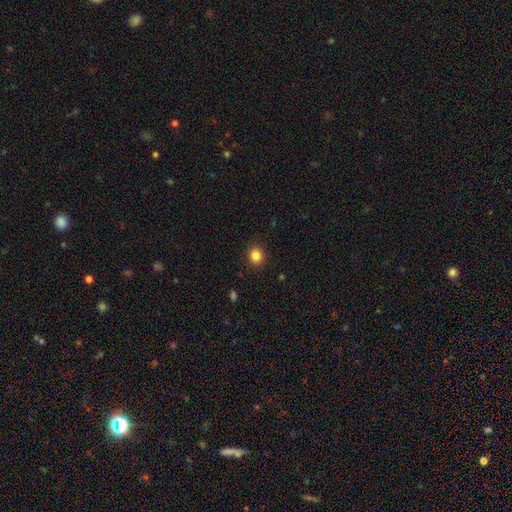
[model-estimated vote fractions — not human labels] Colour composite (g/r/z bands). It shows a smooth galaxy with no disk features (85%) that is round (82%). Merging: none (91%).